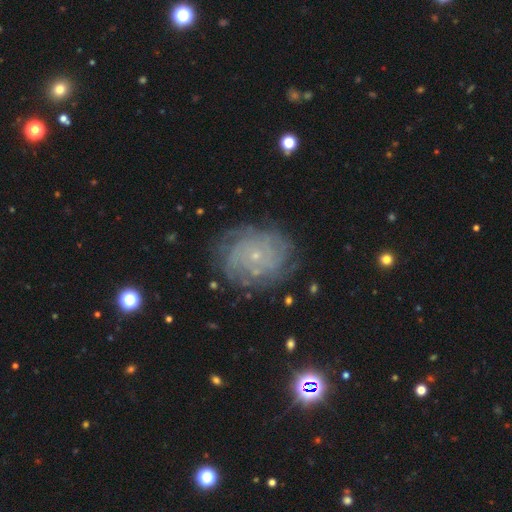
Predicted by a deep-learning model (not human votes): Smooth or featured? featured or disk (80%)
Edge-on disk? no (97%)
Bar? no (83%)
Spiral arms? yes (94%)
Spiral winding? tight (76%)
Spiral arm count? can't tell (39%)
Bulge size? small (87%)
Merging? none (77%)